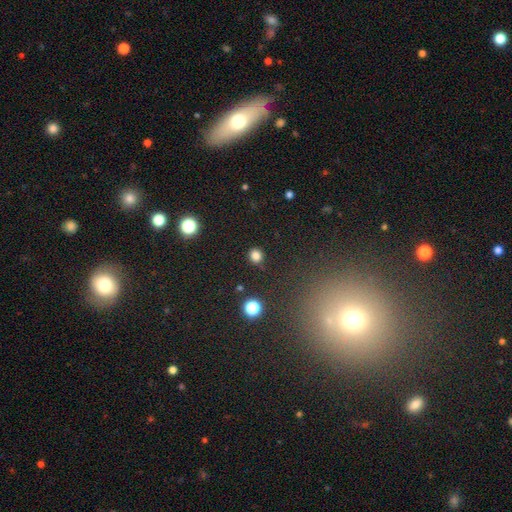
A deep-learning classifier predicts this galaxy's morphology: This is clearly a smooth galaxy (81%). How rounded: clearly round (86%). Merging: clearly none (88%).